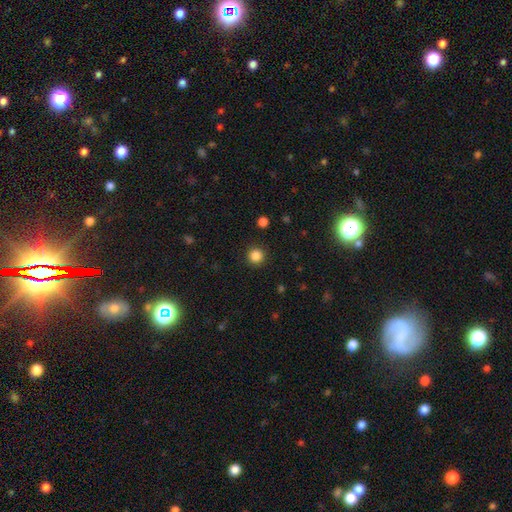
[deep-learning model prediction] smooth-or-featured: smooth: 85% | star or artifact: 12% | featured or disk: 3%
  how-rounded: round: 95% | in between: 4% | cigar-shaped: 1%
  merging: none: 92% | minor disturbance: 5% | major disturbance: 2% | merger: 1%